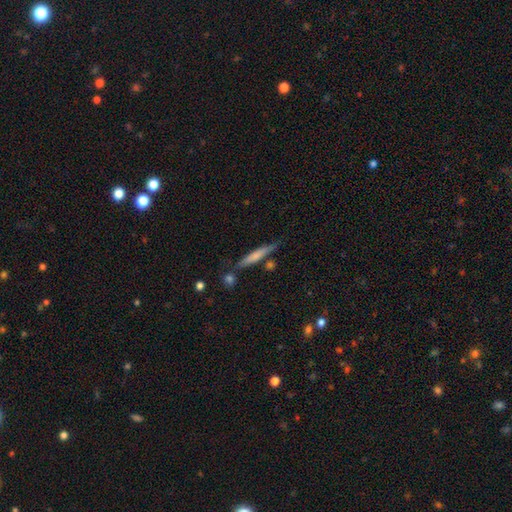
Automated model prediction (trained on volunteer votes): Q: Smooth or featured?
A: smooth (61%); runner-up: featured or disk (33%)
Q: How rounded?
A: cigar-shaped (92%); runner-up: in between (7%)
Q: Merging?
A: none (74%); runner-up: minor disturbance (15%)